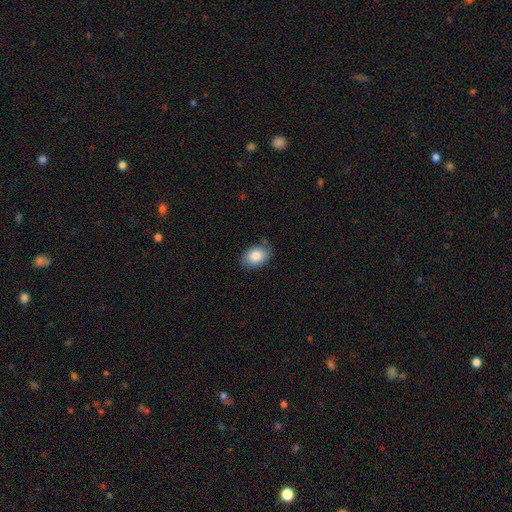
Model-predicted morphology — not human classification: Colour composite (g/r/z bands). It shows a smooth galaxy with no disk features (85%) that is in between round and cigar-shaped (82%). Merging: none (80%).